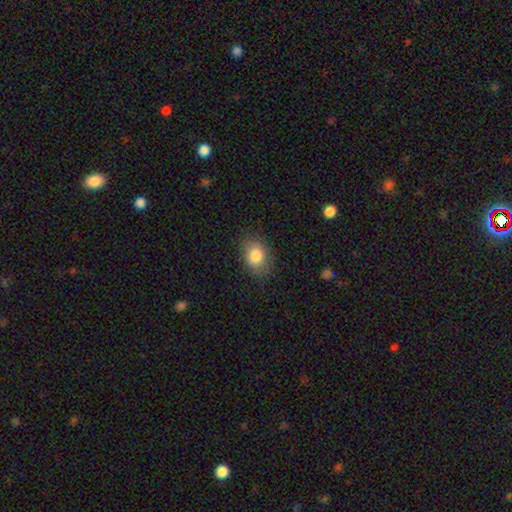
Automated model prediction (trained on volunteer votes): Smooth or featured? Predicted: smooth (p=0.84). How rounded? Predicted: in between (p=0.70). Merging? Predicted: none (p=0.78).